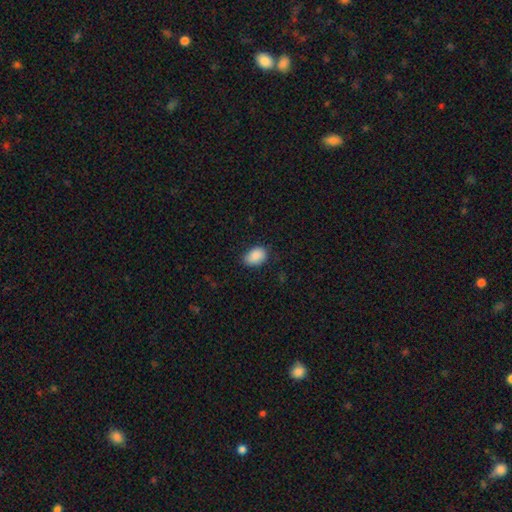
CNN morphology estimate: A smooth galaxy with no disk features (90%) that is in between round and cigar-shaped (86%). Merging: none (78%).